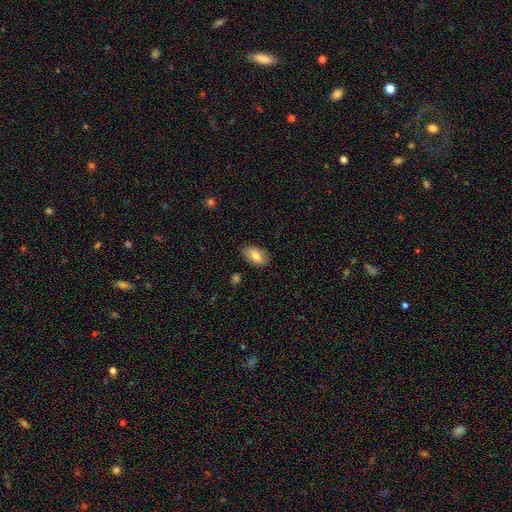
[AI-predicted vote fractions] The model was most divided on "smooth or featured": smooth: 77%, featured or disk: 16%, star or artifact: 7%. More confident: how rounded — in between (92%); merging — none (83%).